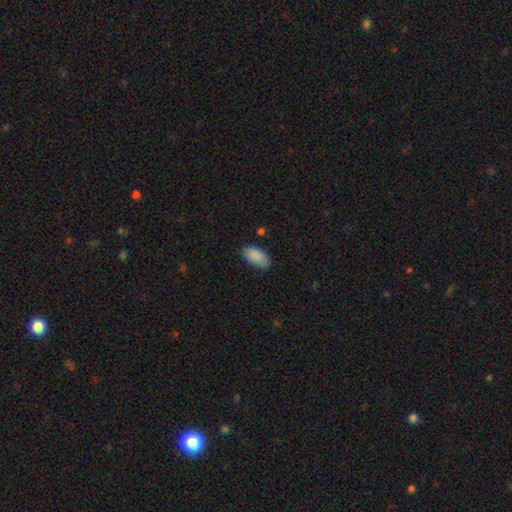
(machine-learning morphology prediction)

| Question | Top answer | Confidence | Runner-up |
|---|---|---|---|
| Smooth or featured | smooth | 89% | star or artifact (6%) |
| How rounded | in between | 94% | cigar-shaped (3%) |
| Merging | none | 79% | minor disturbance (17%) |